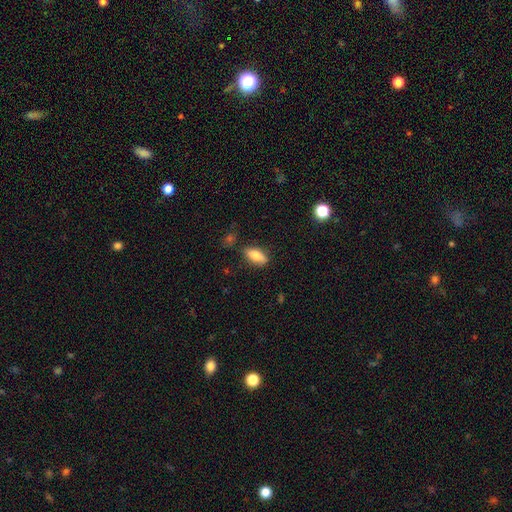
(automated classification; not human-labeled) Morphology: type=smooth (79%); roundness=in between (75%); merging=none (82%).